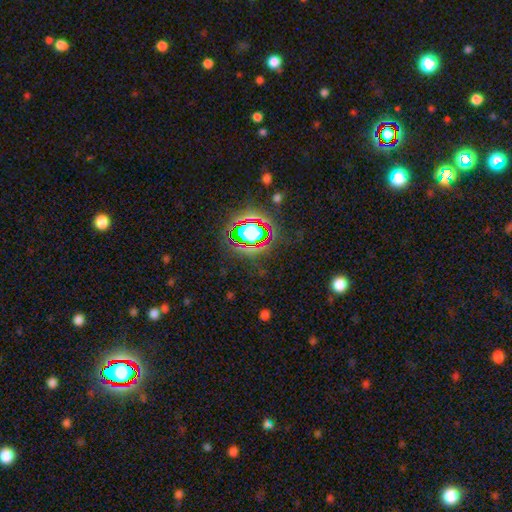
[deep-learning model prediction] Smooth or featured? Predicted: star or artifact (p=0.76).